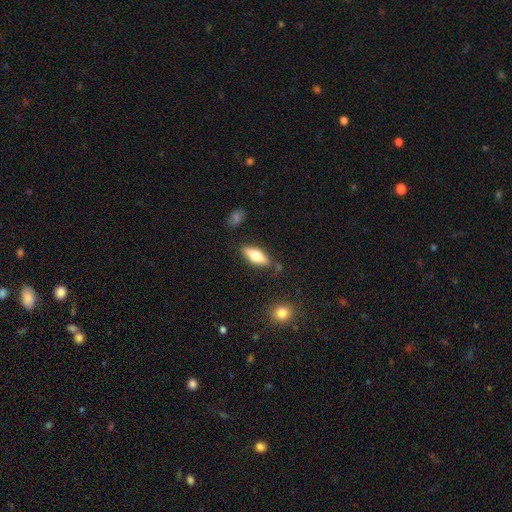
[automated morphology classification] smooth_or_featured: smooth (p=0.61) [alt: featured or disk p=0.32]
how_rounded: in between (p=0.62) [alt: cigar-shaped p=0.35]
merging: none (p=0.78) [alt: minor disturbance p=0.15]